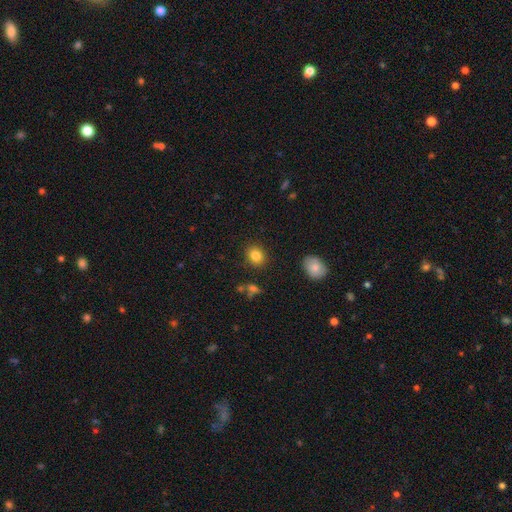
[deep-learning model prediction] smooth_or_featured: smooth (p=0.84) [alt: star or artifact p=0.10]
how_rounded: round (p=0.64) [alt: in between p=0.35]
merging: none (p=0.87) [alt: minor disturbance p=0.08]